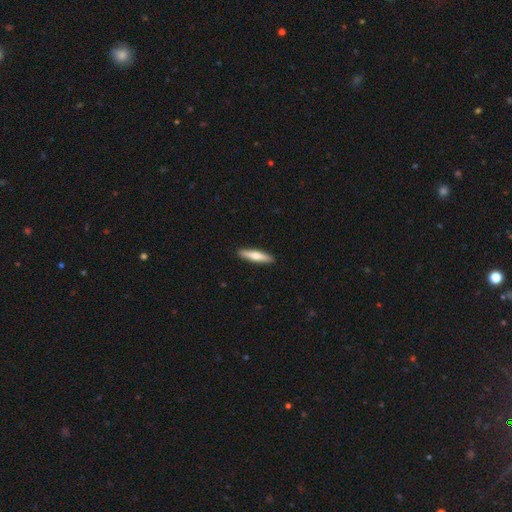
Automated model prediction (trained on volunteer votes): Smooth or featured? smooth (61%)
How rounded? cigar-shaped (82%)
Merging? none (91%)